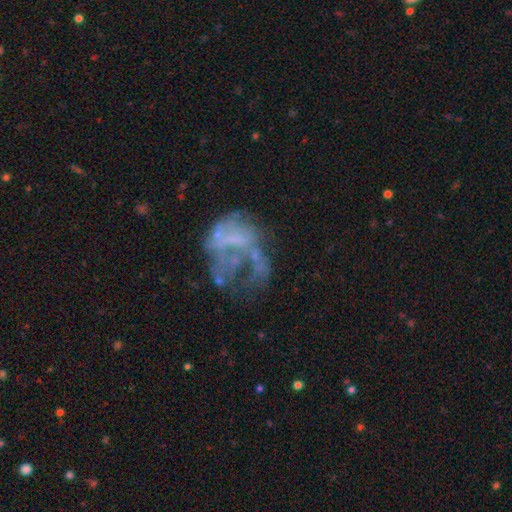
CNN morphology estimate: Smooth or featured: featured or disk — 61% (smooth — 22%)
Edge-on disk: no — 98% (yes — 2%)
Bar: no — 84% (weak — 12%)
Spiral arms: no — 89% (yes — 11%)
Bulge size: none — 76% (small — 11%)
Merging: major disturbance — 46% (none — 26%)